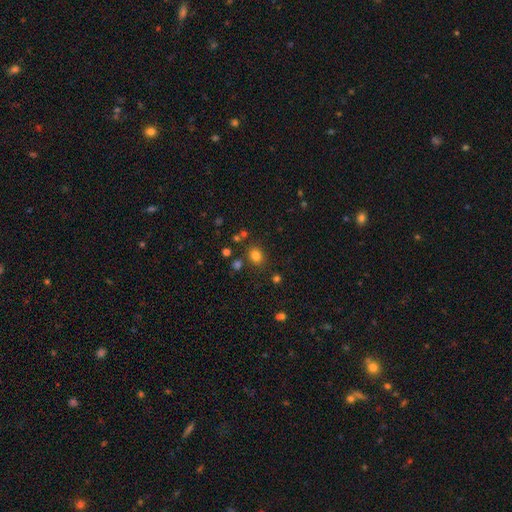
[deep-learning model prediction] A smooth galaxy with no disk features (78%) that is round (63%). Merging: none (81%).